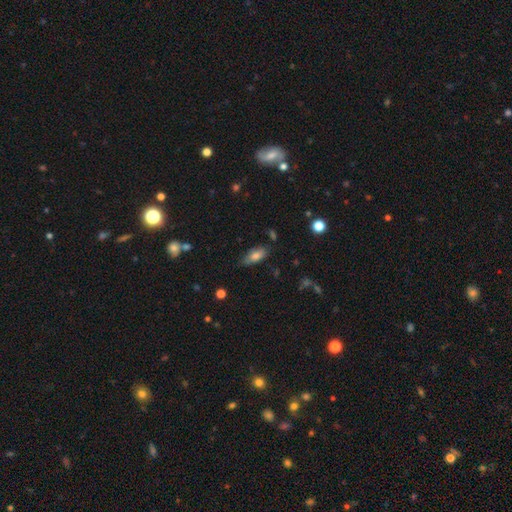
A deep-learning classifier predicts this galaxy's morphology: This is likely a smooth galaxy (77%). How rounded: clearly in between (82%). Merging: likely none (69%).